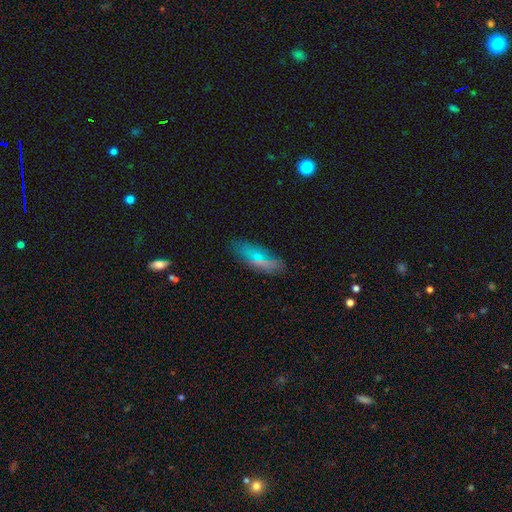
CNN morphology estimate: A smooth galaxy with no disk features (60%) that is in between round and cigar-shaped (52%). Merging: none (63%).